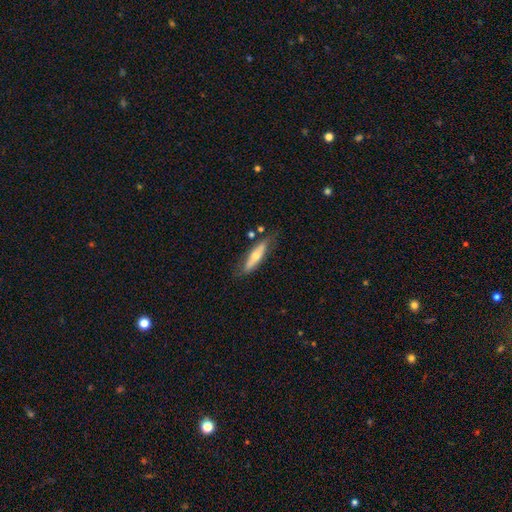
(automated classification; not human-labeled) Smooth or featured? smooth (48%)
Merging? none (71%)